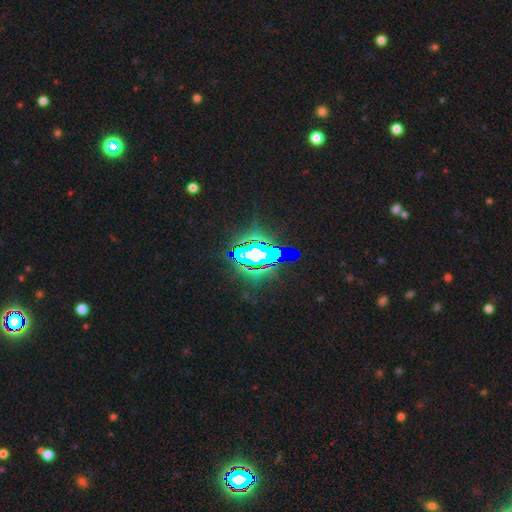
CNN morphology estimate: Smooth or featured? Predicted: star or artifact (p=0.71).